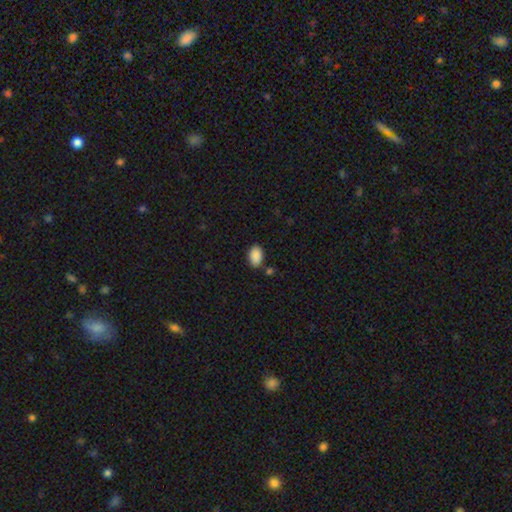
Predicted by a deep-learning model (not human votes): This is clearly a smooth galaxy (90%). How rounded: clearly in between (89%). Merging: likely none (79%).